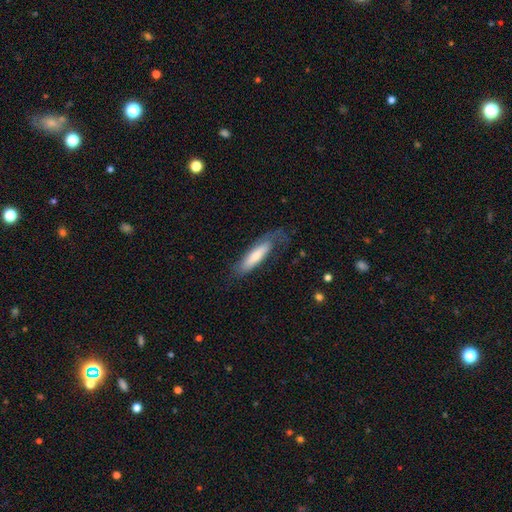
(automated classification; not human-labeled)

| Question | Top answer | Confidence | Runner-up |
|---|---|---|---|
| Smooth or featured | smooth | 65% | featured or disk (29%) |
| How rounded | cigar-shaped | 69% | in between (29%) |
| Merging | none | 55% | minor disturbance (24%) |